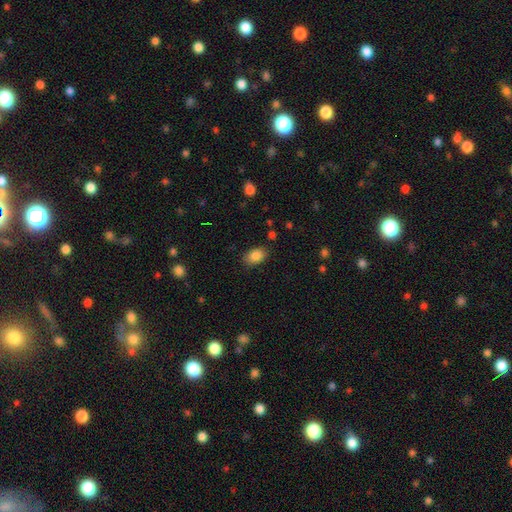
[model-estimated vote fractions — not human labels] Overall: smooth (85%). How rounded: in between (87%). Merging: none (83%).